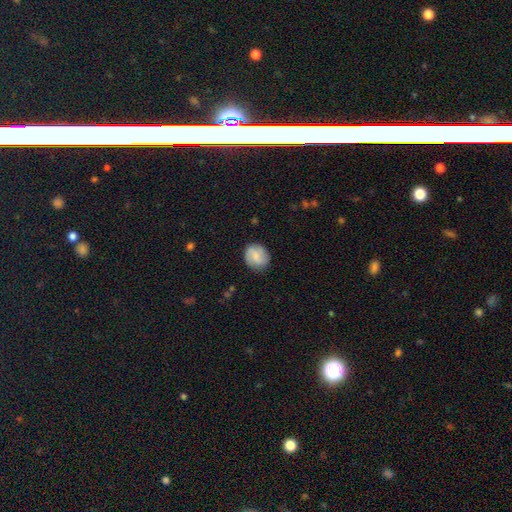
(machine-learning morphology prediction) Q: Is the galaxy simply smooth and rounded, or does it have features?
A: smooth — 62%.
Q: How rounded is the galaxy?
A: round — 73%.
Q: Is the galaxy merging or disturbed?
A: none — 82%.